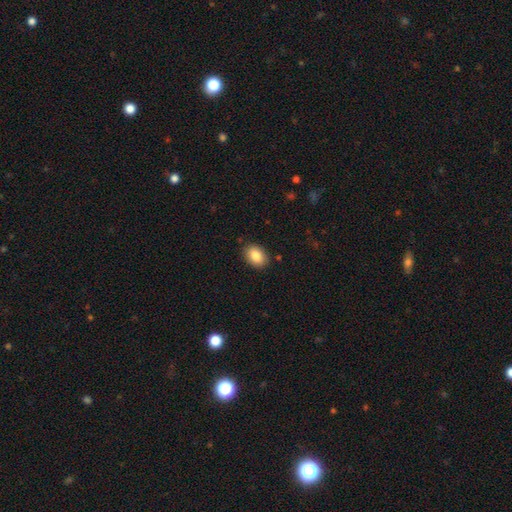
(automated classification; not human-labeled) Q: Smooth or featured?
A: smooth (85%); runner-up: star or artifact (8%)
Q: How rounded?
A: in between (75%); runner-up: round (24%)
Q: Merging?
A: none (87%); runner-up: minor disturbance (10%)